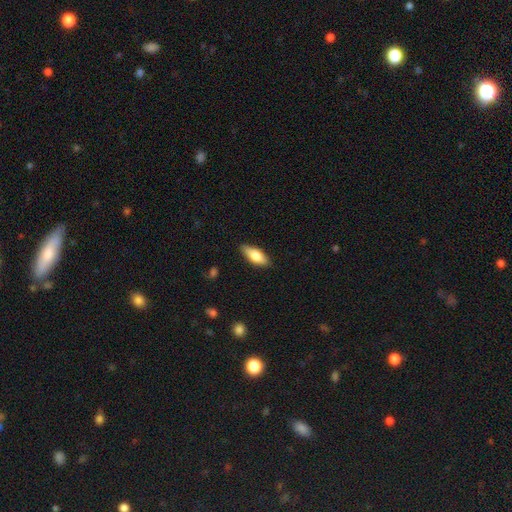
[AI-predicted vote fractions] A smooth galaxy with no disk features (74%) that is in between round and cigar-shaped (75%).

Vote fractions:
- Smooth or featured? smooth: 74% / featured or disk: 19% / star or artifact: 6%
- How rounded? in between: 75% / cigar-shaped: 22% / round: 3%
- Merging? none: 84% / minor disturbance: 12% / major disturbance: 2% / merger: 1%